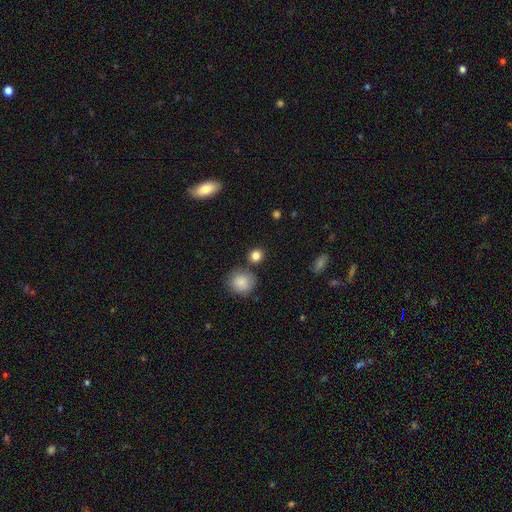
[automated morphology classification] The model was most divided on "merging": none: 79%, merger: 9%, minor disturbance: 9%, major disturbance: 3%. More confident: how rounded — round (86%); smooth or featured — smooth (84%).